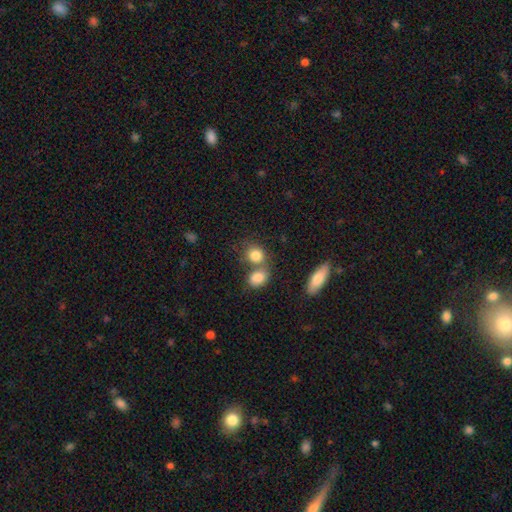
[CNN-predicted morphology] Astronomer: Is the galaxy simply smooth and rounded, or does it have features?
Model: smooth — 83%.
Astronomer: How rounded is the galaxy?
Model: round — 66%.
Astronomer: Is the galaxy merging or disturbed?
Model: none — 45% (runner-up: merger, 40%).